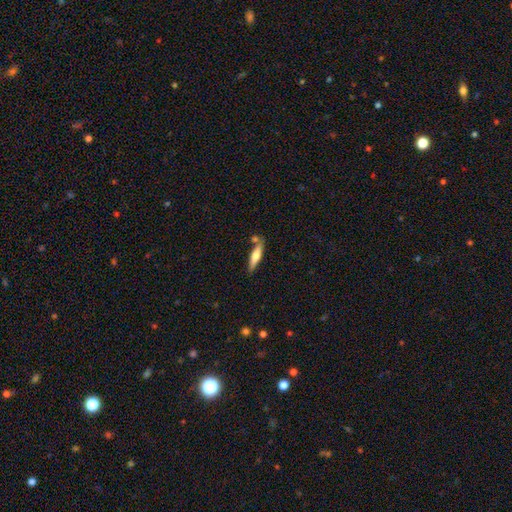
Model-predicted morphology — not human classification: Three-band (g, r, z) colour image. It shows a smooth galaxy with no disk features (59%) that is cigar-shaped (75%). Merging: none (72%).